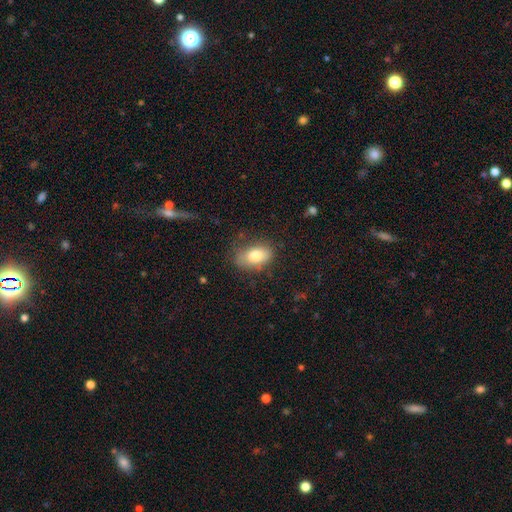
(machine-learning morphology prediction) smooth-or-featured: smooth: 78% | featured or disk: 13% | star or artifact: 8%
  how-rounded: in between: 87% | round: 11% | cigar-shaped: 2%
  merging: none: 69% | minor disturbance: 22% | major disturbance: 7% | merger: 2%